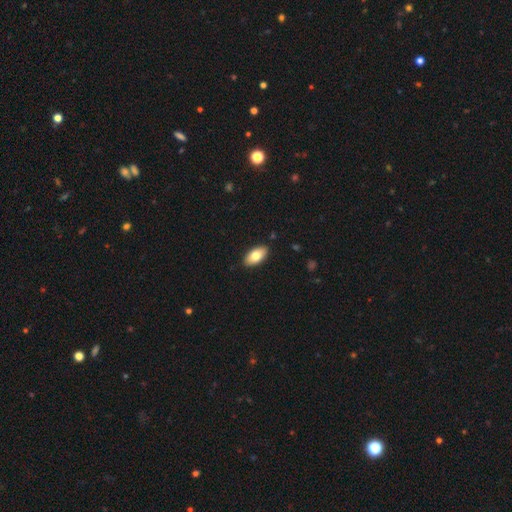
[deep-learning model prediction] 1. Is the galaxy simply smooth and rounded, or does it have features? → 79% smooth, 15% featured or disk, 6% star or artifact.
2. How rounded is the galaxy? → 94% in between, 3% round, 3% cigar-shaped.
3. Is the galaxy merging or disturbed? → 90% none, 8% minor disturbance, 2% major disturbance, 1% merger.